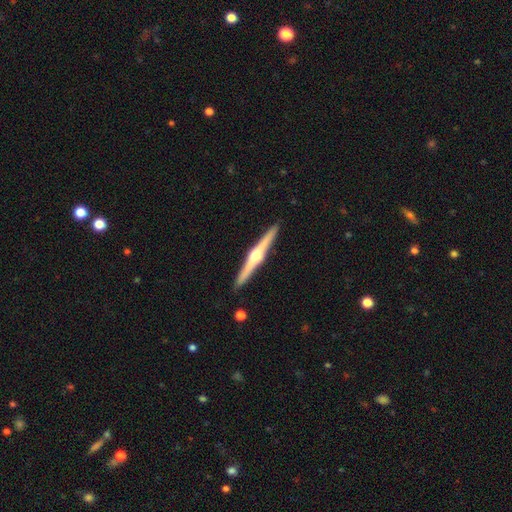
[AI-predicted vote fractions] featured or disk 78%, smooth 17%, star or artifact 5%. Down the decision tree: edge-on disk — yes (98%); edge-on bulge — rounded (94%); merging — none (92%).